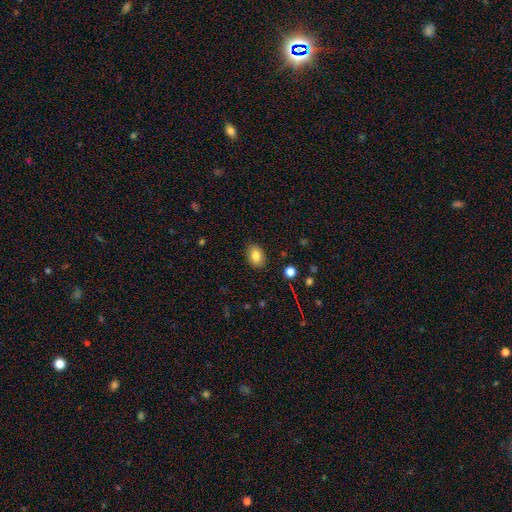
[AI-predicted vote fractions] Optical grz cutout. It shows a smooth galaxy with no disk features (83%) that is in between round and cigar-shaped (76%). Merging: none (87%).